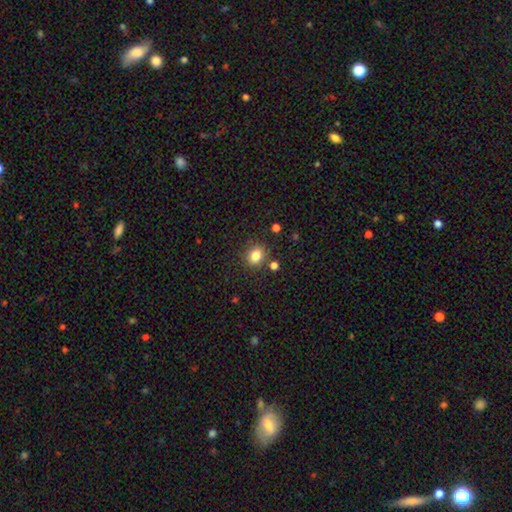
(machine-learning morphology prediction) A smooth galaxy with no disk features (82%) that is round (59%).

Vote fractions:
- Smooth or featured? smooth: 82% / star or artifact: 12% / featured or disk: 6%
- How rounded? round: 59% / in between: 40% / cigar-shaped: 1%
- Merging? none: 79% / minor disturbance: 11% / merger: 6% / major disturbance: 3%